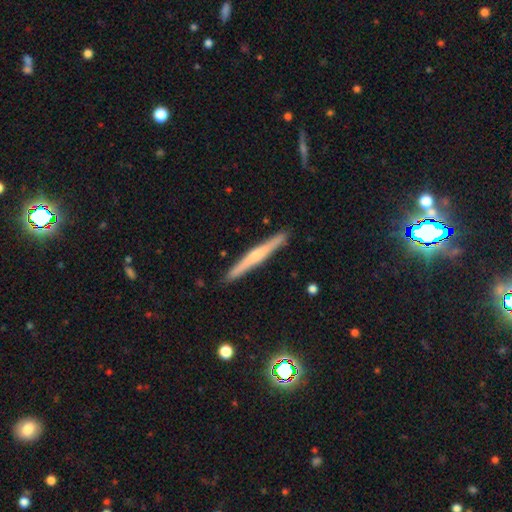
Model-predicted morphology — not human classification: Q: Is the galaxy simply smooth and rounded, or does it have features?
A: featured or disk — 58%.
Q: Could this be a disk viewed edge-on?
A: yes — 98%.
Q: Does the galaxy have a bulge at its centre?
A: rounded — 57%.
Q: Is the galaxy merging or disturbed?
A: none — 91%.